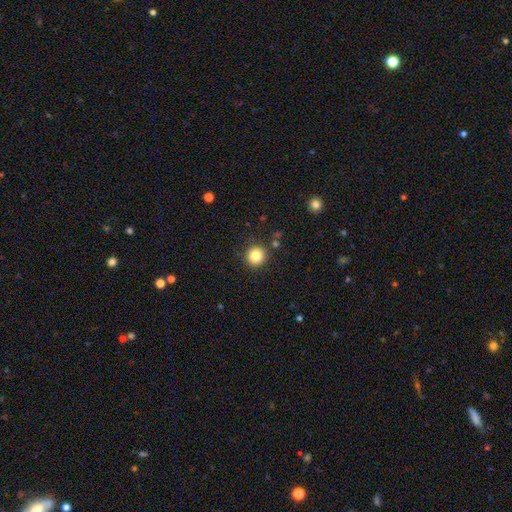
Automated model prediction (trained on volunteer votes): This appears to be a smooth galaxy with no disk features (83%) that is round (94%). Merging: none (88%).